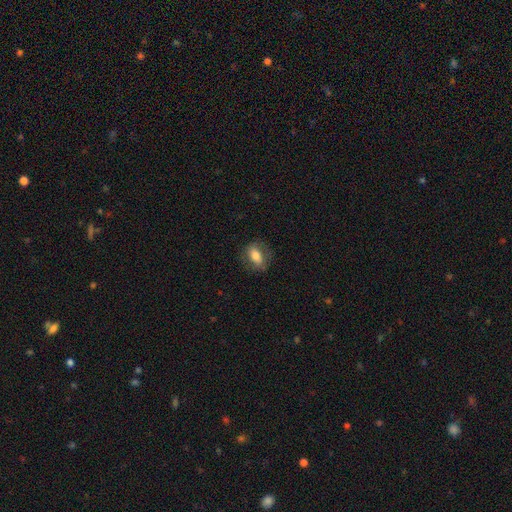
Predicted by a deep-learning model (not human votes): smooth_or_featured: smooth (p=0.70) [alt: featured or disk p=0.22]
how_rounded: in between (p=0.77) [alt: round p=0.18]
merging: none (p=0.76) [alt: minor disturbance p=0.16]